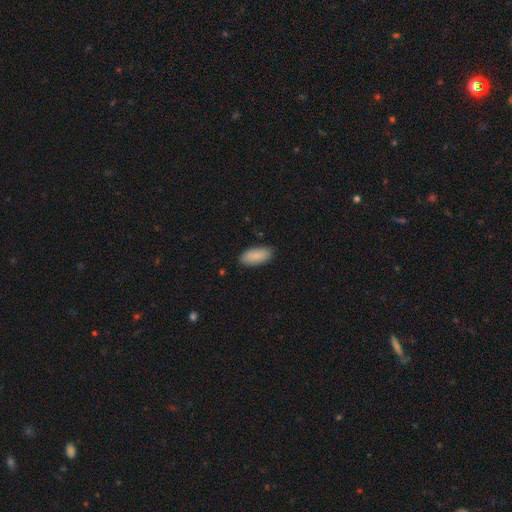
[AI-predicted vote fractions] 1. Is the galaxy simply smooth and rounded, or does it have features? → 87% smooth, 7% featured or disk, 6% star or artifact.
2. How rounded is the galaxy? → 90% in between, 8% cigar-shaped, 2% round.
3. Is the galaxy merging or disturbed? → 87% none, 10% minor disturbance, 2% major disturbance, 1% merger.